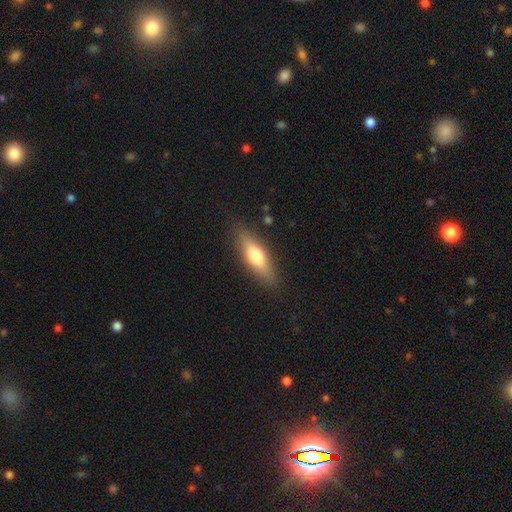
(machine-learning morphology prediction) Overall: smooth (63%; featured or disk 31%). How rounded: cigar-shaped (54%; in between 43%). Merging: none (85%).